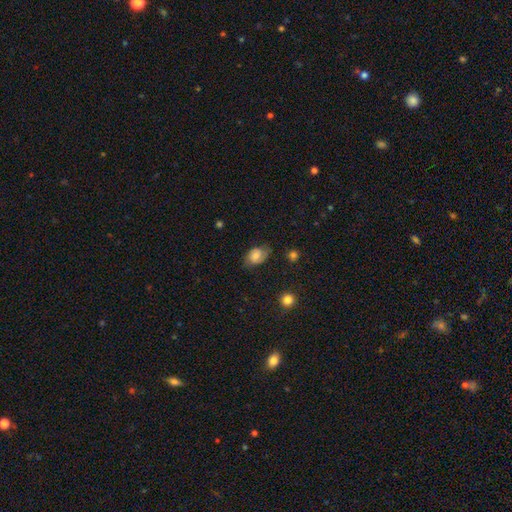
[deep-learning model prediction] The model was most divided on "smooth or featured": smooth: 59%, featured or disk: 32%, star or artifact: 9%. More confident: how rounded — in between (82%); merging — none (68%).